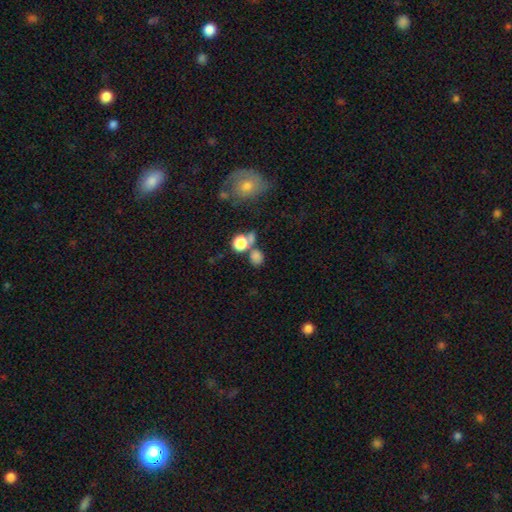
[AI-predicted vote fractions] smooth 75%, star or artifact 17%, featured or disk 8%. Down the decision tree: how rounded — round (78%); merging — none (56%).